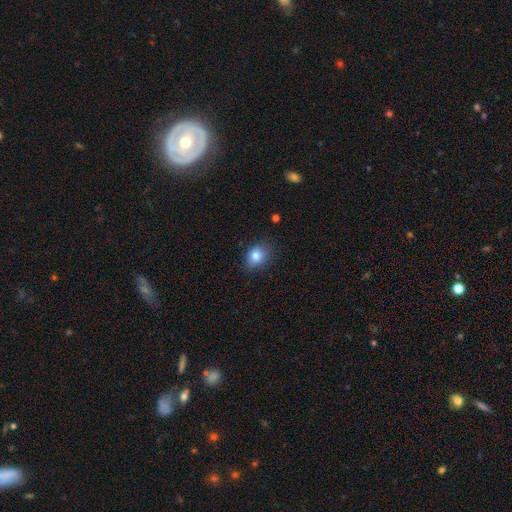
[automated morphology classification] Smooth or featured?
  - smooth: 84% *
  - star or artifact: 9%
  - featured or disk: 6%
How rounded?
  - in between: 53% *
  - round: 46%
  - cigar-shaped: 1%
Merging?
  - none: 77% *
  - minor disturbance: 18%
  - major disturbance: 4%
  - merger: 1%